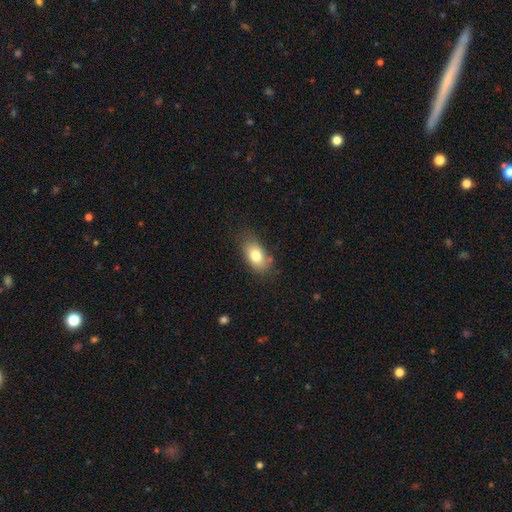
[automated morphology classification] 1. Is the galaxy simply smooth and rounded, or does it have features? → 78% smooth, 14% featured or disk, 8% star or artifact.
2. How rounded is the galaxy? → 89% in between, 9% round, 3% cigar-shaped.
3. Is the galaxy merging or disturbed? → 71% none, 21% minor disturbance, 5% major disturbance, 3% merger.